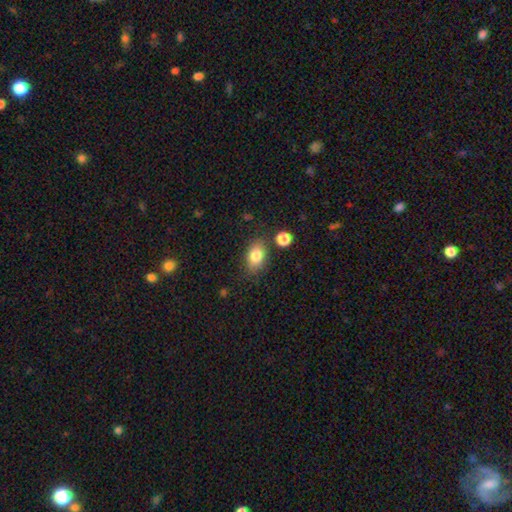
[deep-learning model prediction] This is clearly a smooth galaxy (82%). How rounded: clearly in between (82%). Merging: likely none (77%).